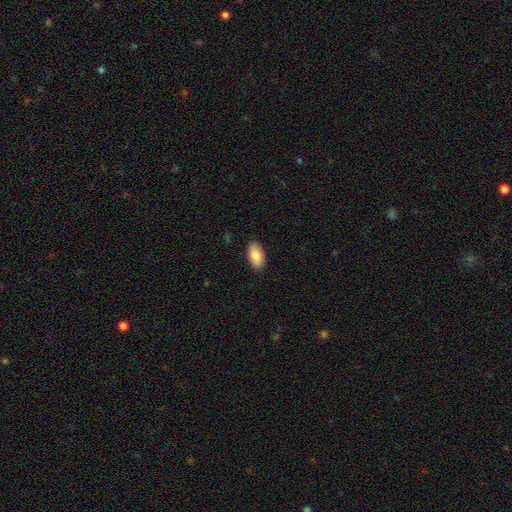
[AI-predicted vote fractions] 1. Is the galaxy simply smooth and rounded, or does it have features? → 87% smooth, 7% featured or disk, 6% star or artifact.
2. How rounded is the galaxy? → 94% in between, 4% cigar-shaped, 3% round.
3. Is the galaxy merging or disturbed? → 87% none, 10% minor disturbance, 2% major disturbance, 1% merger.